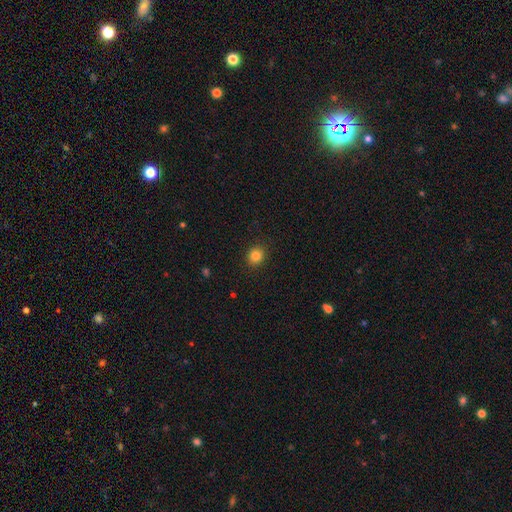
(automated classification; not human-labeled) This is clearly a smooth galaxy (83%). How rounded: likely round (79%). Merging: clearly none (91%).